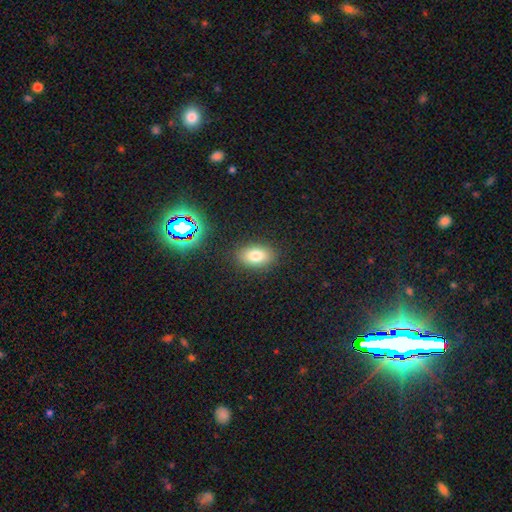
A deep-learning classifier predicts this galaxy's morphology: smooth 78%, star or artifact 12%, featured or disk 11%. Down the decision tree: how rounded — in between (87%); merging — none (86%).